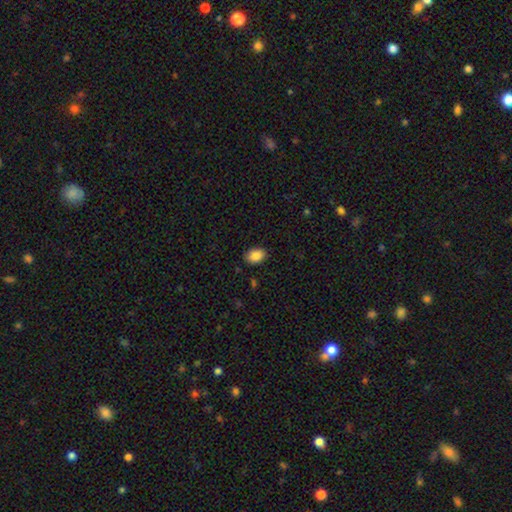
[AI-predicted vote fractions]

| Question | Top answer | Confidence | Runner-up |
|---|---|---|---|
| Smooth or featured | smooth | 87% | star or artifact (8%) |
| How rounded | in between | 79% | round (20%) |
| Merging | none | 87% | minor disturbance (10%) |